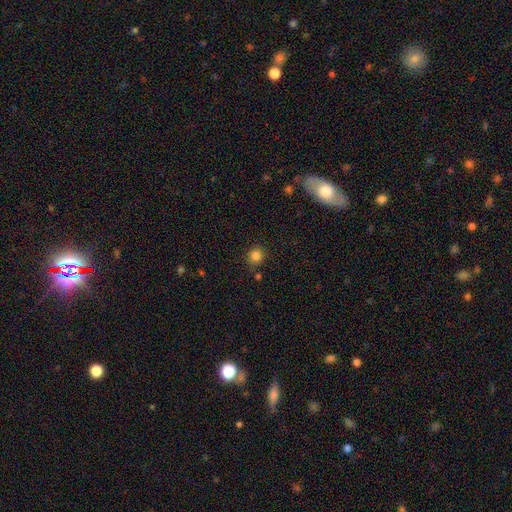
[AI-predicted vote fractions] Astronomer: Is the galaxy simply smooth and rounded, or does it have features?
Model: smooth — 83%.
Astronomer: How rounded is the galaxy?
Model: round — 89%.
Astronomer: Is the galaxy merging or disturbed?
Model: none — 83%.